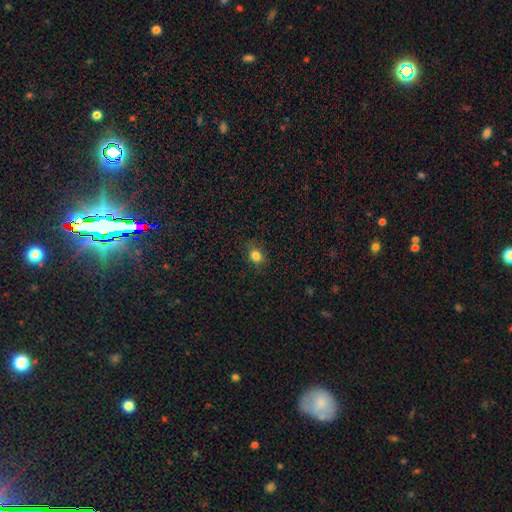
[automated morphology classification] smooth 81%, star or artifact 13%, featured or disk 6%. Down the decision tree: how rounded — round (51%); merging — none (82%).